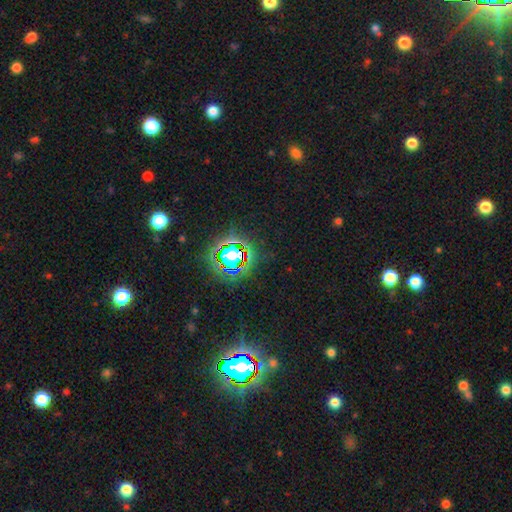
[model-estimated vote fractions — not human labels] Morphology: type=star or artifact (80%).